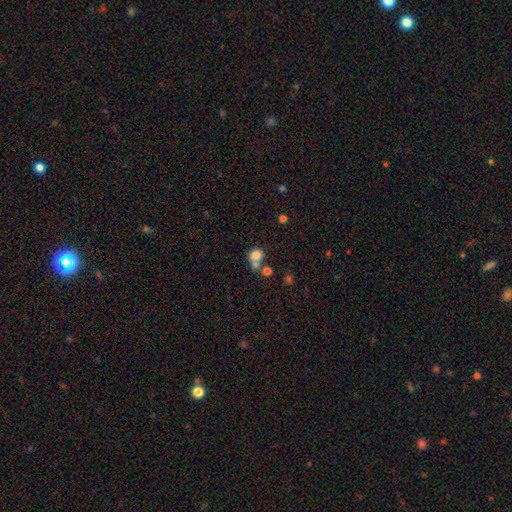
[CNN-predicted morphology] Smooth or featured? Predicted: smooth (p=0.77). How rounded? Predicted: round (p=0.74). Merging? Predicted: merger (p=0.45).